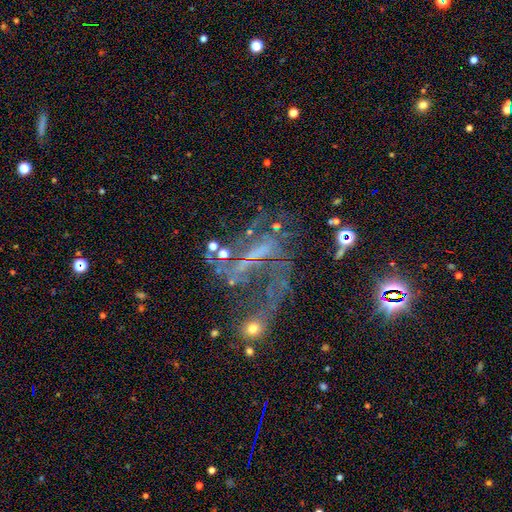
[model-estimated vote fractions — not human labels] Smooth or featured: featured or disk — 60% (star or artifact — 29%)
Edge-on disk: no — 94% (yes — 6%)
Bar: no — 37% (strong — 32%)
Spiral arms: yes — 60% (no — 40%)
Bulge size: none — 53% (small — 30%)
Merging: major disturbance — 43% (none — 28%)